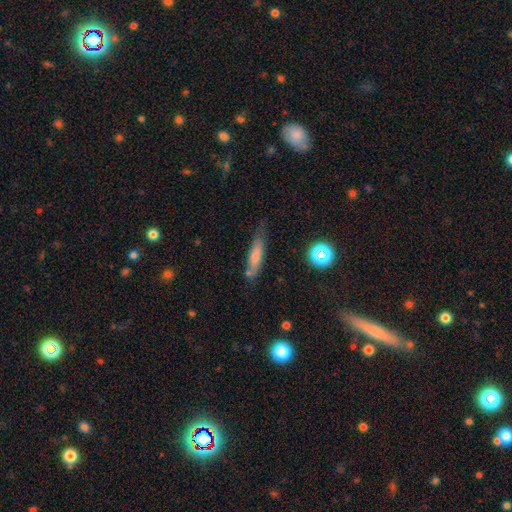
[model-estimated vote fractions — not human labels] Overall: smooth (69%). How rounded: cigar-shaped (67%; in between 30%). Merging: none (59%; minor disturbance 27%).